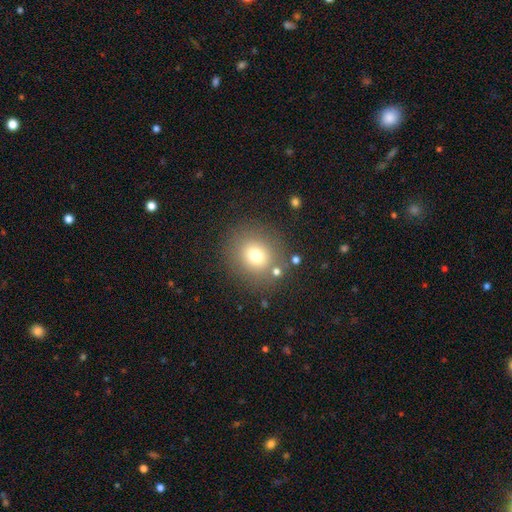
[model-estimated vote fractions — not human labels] The model was most divided on "smooth or featured": smooth: 73%, star or artifact: 15%, featured or disk: 12%. More confident: how rounded — round (82%); merging — none (82%).